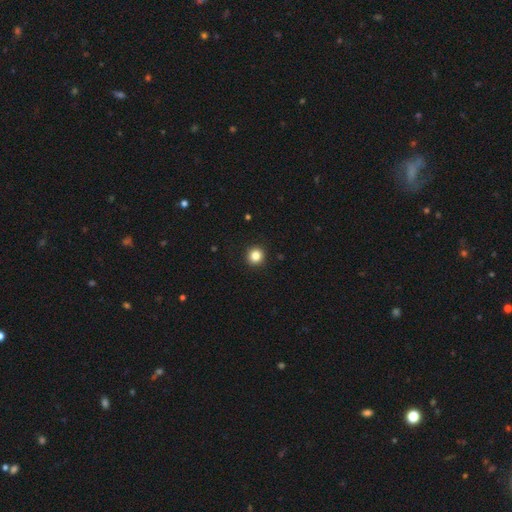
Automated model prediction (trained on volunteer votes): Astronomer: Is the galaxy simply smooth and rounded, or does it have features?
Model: smooth — 85%.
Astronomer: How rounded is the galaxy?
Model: round — 94%.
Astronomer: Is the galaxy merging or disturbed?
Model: none — 93%.